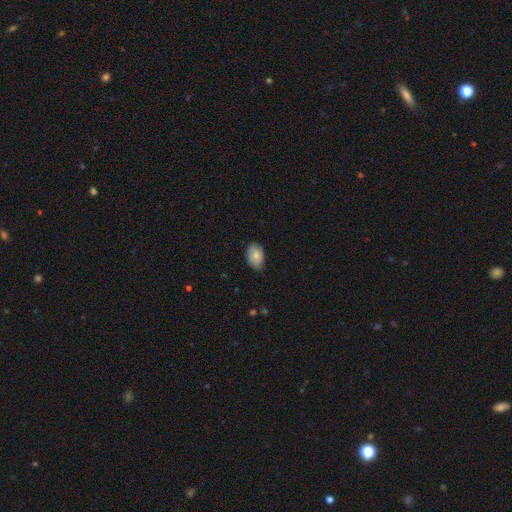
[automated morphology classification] The model was most divided on "merging": none: 75%, minor disturbance: 21%, major disturbance: 3%, merger: 1%. More confident: how rounded — in between (88%); smooth or featured — smooth (81%).